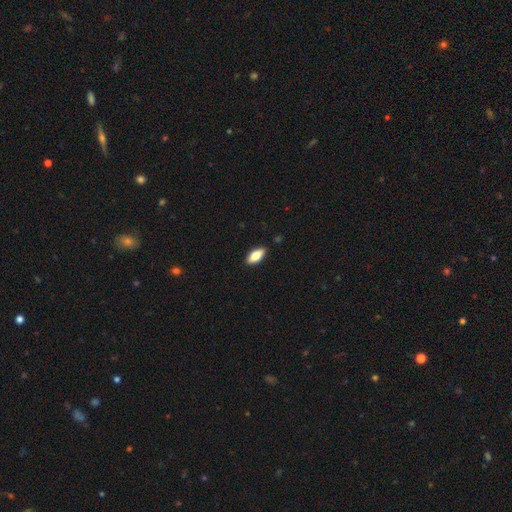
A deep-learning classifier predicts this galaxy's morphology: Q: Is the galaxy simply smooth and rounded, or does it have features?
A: smooth — 77%.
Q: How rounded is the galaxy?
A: in between — 85%.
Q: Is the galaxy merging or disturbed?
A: none — 88%.